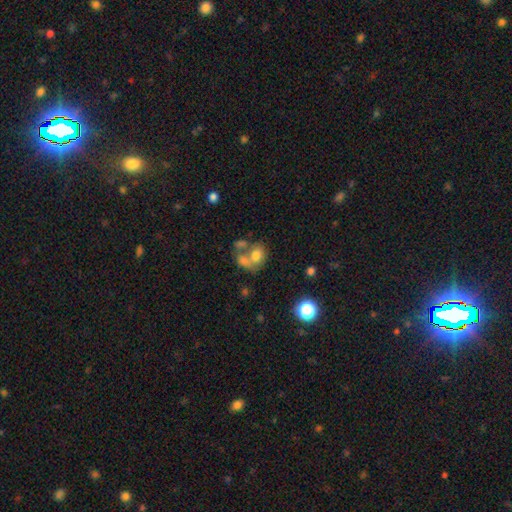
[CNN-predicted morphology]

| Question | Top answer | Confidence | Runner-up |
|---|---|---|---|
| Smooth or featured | smooth | 66% | featured or disk (22%) |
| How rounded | in between | 55% | round (44%) |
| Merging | merger | 52% | none (28%) |